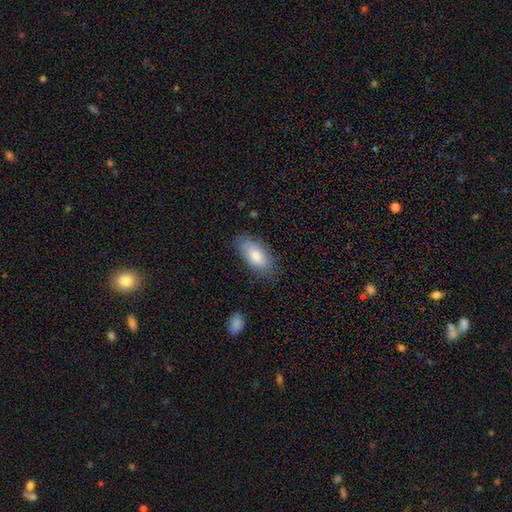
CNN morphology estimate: smooth 81%, featured or disk 13%, star or artifact 6%. Down the decision tree: how rounded — in between (88%); merging — none (79%).